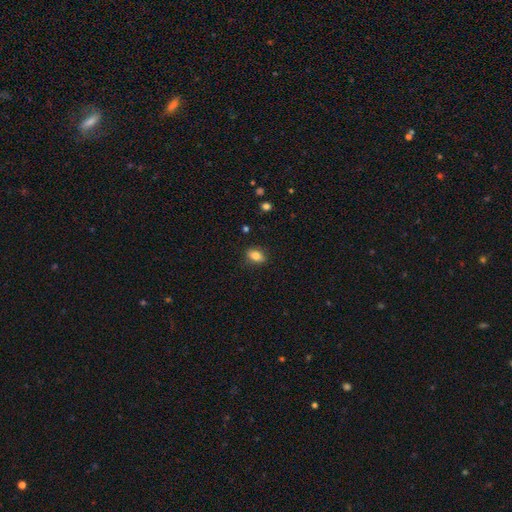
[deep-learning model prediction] Overall: smooth (83%). How rounded: in between (79%). Merging: none (85%).